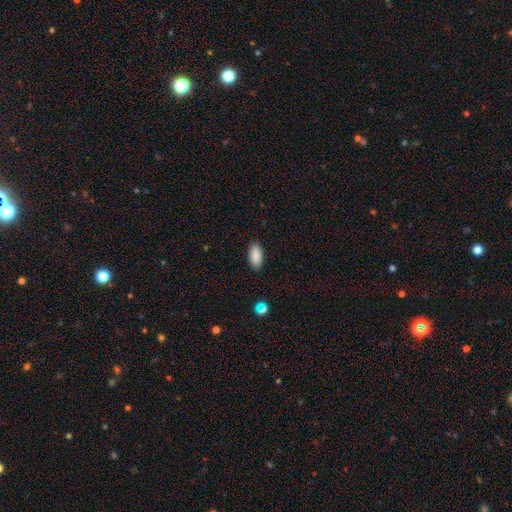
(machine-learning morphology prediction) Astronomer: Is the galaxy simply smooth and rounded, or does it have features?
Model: smooth — 89%.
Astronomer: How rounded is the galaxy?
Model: in between — 89%.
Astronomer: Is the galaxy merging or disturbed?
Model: none — 88%.